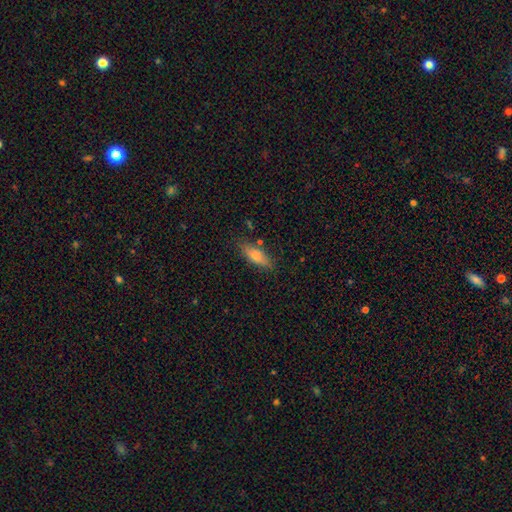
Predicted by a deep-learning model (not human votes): The model was most divided on "how rounded": in between: 68%, cigar-shaped: 30%, round: 2%. More confident: smooth or featured — smooth (77%); merging — none (76%).